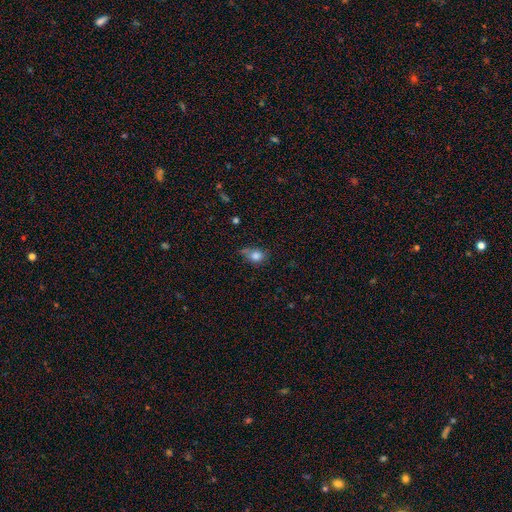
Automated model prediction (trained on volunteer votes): A smooth galaxy with no disk features (82%) that is round (53%).

Vote fractions:
- Smooth or featured? smooth: 82% / star or artifact: 10% / featured or disk: 8%
- How rounded? round: 53% / in between: 46% / cigar-shaped: 2%
- Merging? none: 50% / minor disturbance: 31% / merger: 10% / major disturbance: 9%